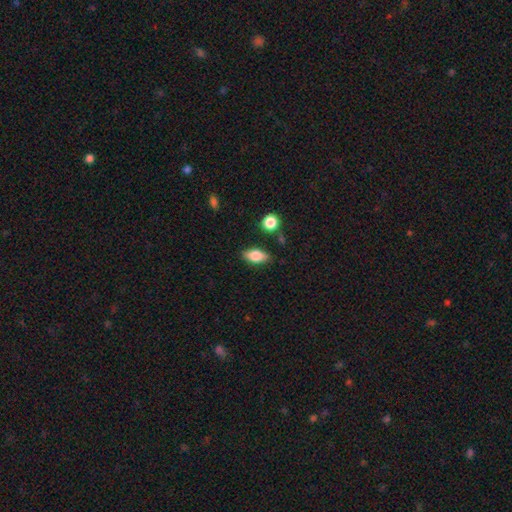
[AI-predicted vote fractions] This appears to be a smooth galaxy with no disk features (75%) that is in between round and cigar-shaped (84%). Merging: none (83%).